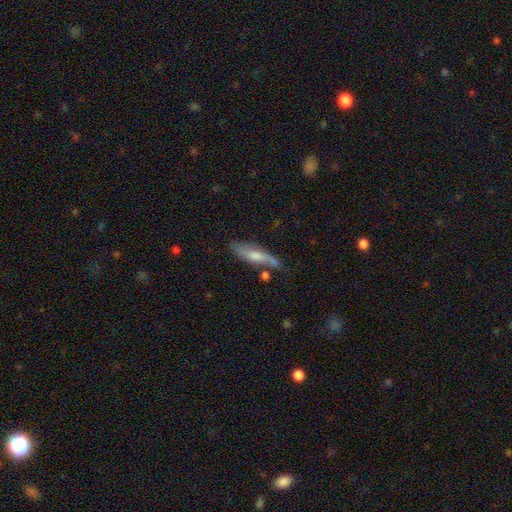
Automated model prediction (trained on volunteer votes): A smooth galaxy with no disk features (49%).

Vote fractions:
- Smooth or featured? smooth: 49% / featured or disk: 45% / star or artifact: 7%
- Merging? none: 62% / minor disturbance: 24% / merger: 8% / major disturbance: 7%